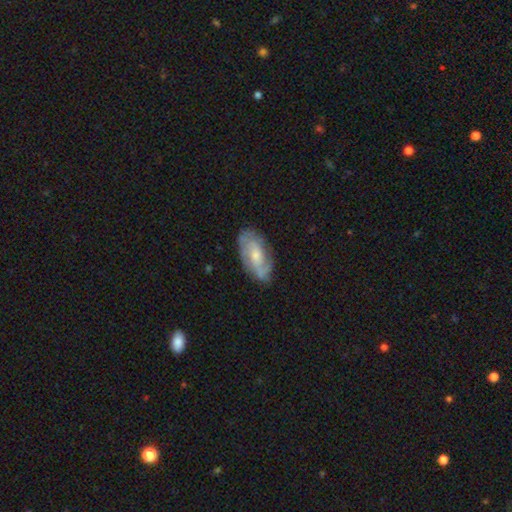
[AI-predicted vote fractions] Morphology: type=featured or disk (68%); edge-on=no (93%); bar=no (60%); spiral arms=yes (86%); winding=tight (41%, tied with medium); arm count=2 (48%); bulge=moderate (49%); merging=none (72%).